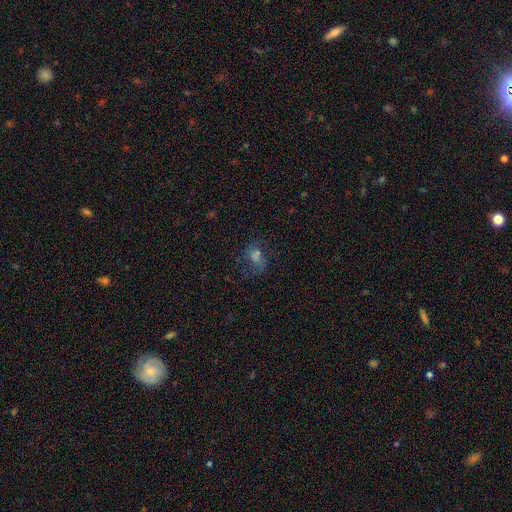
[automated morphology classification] Smooth or featured? Predicted: smooth (p=0.40). Merging? Predicted: none (p=0.54).